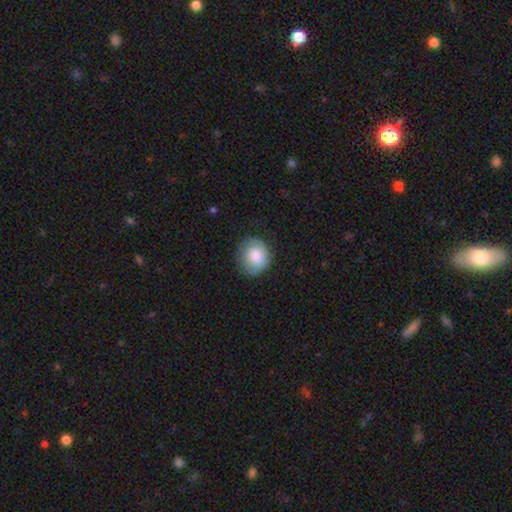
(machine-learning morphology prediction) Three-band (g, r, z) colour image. It shows a smooth galaxy with no disk features (77%) that is round (82%). Merging: none (76%).